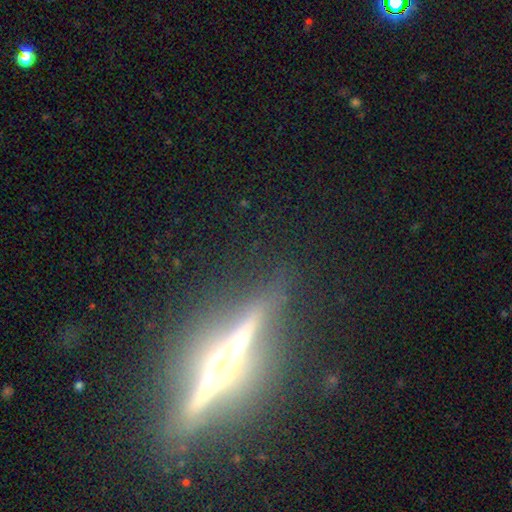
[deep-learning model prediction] Smooth or featured?
  - featured or disk: 81% *
  - smooth: 11%
  - star or artifact: 9%
Edge-on disk?
  - yes: 97% *
  - no: 3%
Edge-on bulge?
  - rounded: 54% *
  - none: 30%
  - boxy: 17%
Merging?
  - none: 87% *
  - minor disturbance: 8%
  - major disturbance: 3%
  - merger: 2%